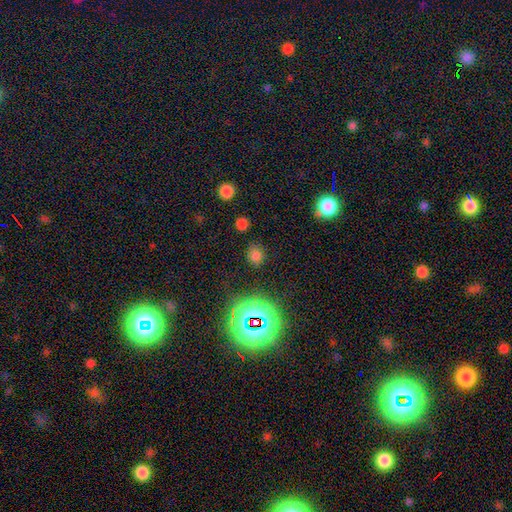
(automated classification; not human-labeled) Q: Smooth or featured?
A: smooth (67%); runner-up: star or artifact (27%)
Q: How rounded?
A: round (70%); runner-up: in between (29%)
Q: Merging?
A: none (83%); runner-up: minor disturbance (10%)